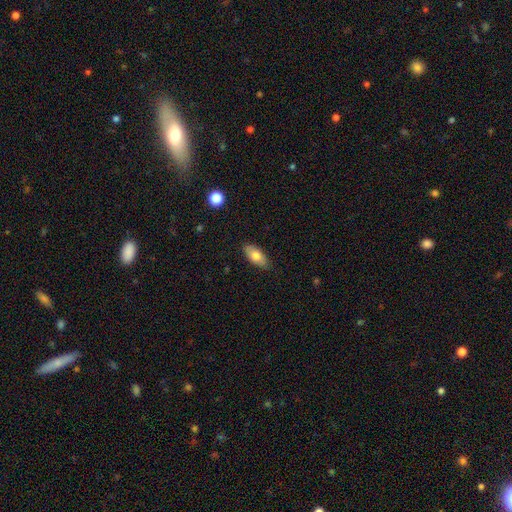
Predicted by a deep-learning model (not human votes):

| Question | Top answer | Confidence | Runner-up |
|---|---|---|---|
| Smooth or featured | smooth | 77% | featured or disk (17%) |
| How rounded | in between | 89% | cigar-shaped (8%) |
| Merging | none | 83% | minor disturbance (13%) |